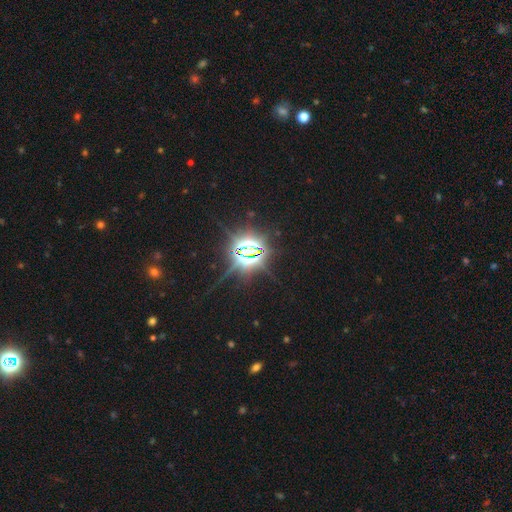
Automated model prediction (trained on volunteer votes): Morphology: type=star or artifact (84%).